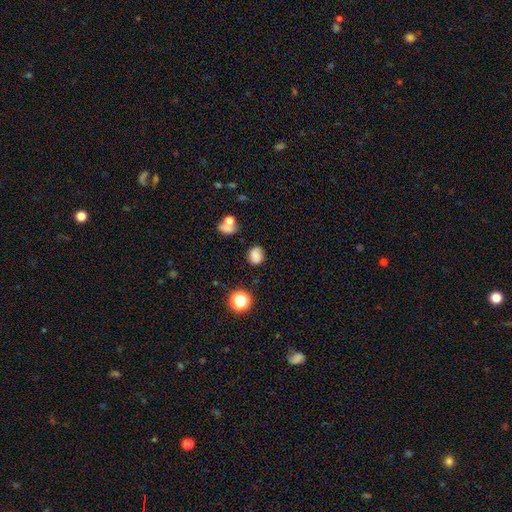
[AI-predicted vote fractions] A smooth galaxy with no disk features (77%) that is round (54%).

Vote fractions:
- Smooth or featured? smooth: 77% / star or artifact: 14% / featured or disk: 9%
- How rounded? round: 54% / in between: 45% / cigar-shaped: 1%
- Merging? none: 71% / minor disturbance: 18% / major disturbance: 5% / merger: 5%